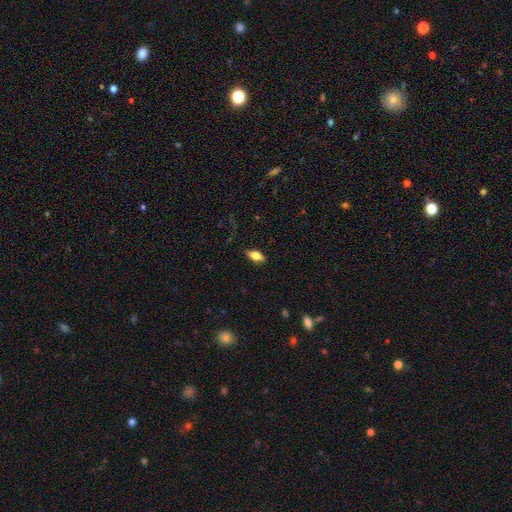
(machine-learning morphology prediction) Smooth or featured: smooth — 72% (featured or disk — 21%)
How rounded: in between — 85% (cigar-shaped — 12%)
Merging: none — 87% (minor disturbance — 10%)